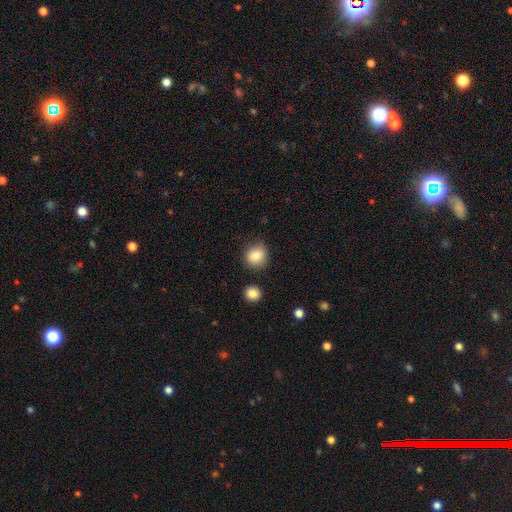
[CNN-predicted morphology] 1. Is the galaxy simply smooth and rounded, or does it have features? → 84% smooth, 9% star or artifact, 7% featured or disk.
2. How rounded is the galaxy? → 86% round, 13% in between, 1% cigar-shaped.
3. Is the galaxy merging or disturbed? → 81% none, 12% minor disturbance, 4% merger, 3% major disturbance.